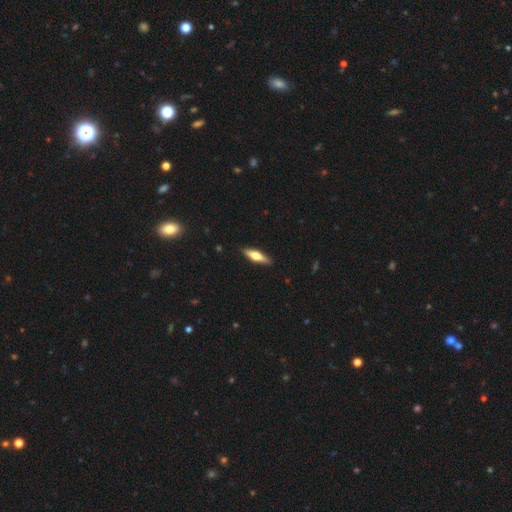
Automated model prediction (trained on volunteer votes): Smooth or featured? Predicted: featured or disk (p=0.50). Edge-on disk? Predicted: yes (p=0.93). Merging? Predicted: none (p=0.90).